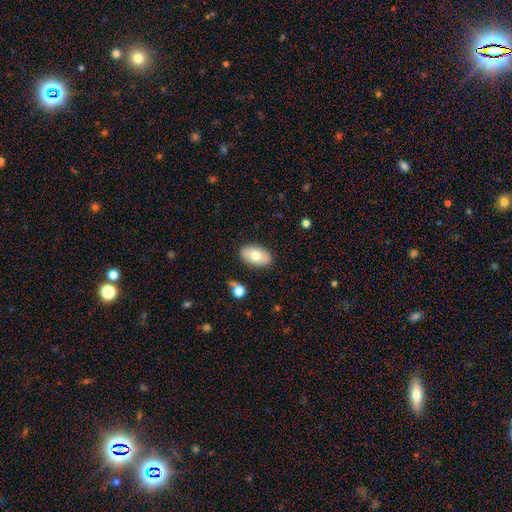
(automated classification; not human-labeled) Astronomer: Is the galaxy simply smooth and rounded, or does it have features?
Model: smooth — 75%.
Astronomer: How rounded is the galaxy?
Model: in between — 94%.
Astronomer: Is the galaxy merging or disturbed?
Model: none — 85%.